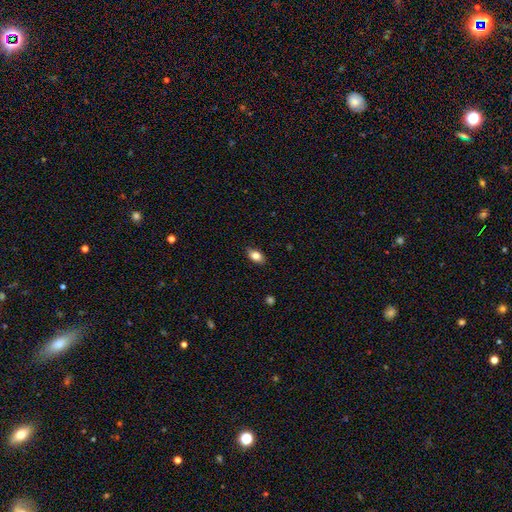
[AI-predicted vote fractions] Overall: smooth (81%). How rounded: in between (87%). Merging: none (84%).